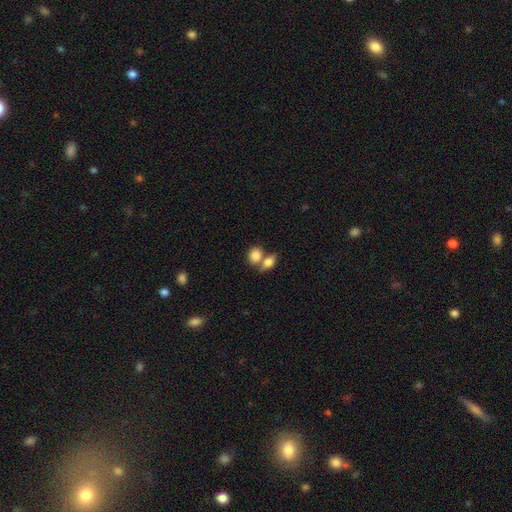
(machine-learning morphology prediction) type=smooth (83%); roundness=in between (55%); merging=merger (50%).